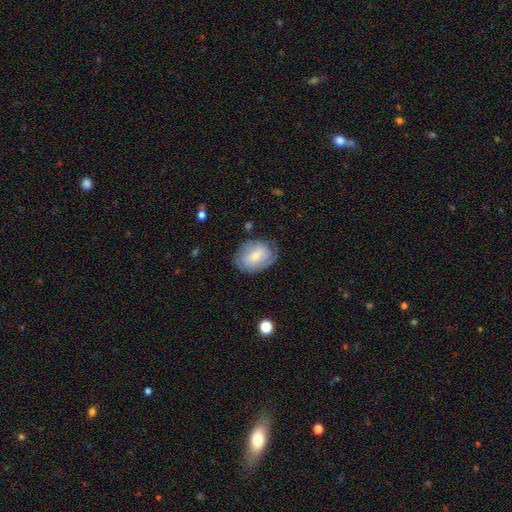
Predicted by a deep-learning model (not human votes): smooth 62%, featured or disk 31%, star or artifact 7%. Down the decision tree: how rounded — in between (66%); merging — none (69%).